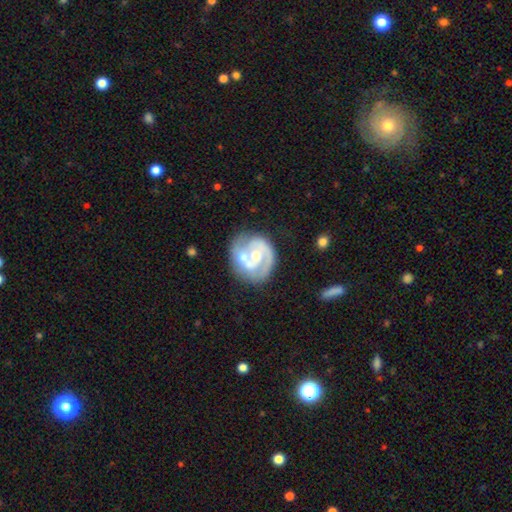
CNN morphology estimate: Smooth or featured?
  - featured or disk: 83% *
  - smooth: 12%
  - star or artifact: 5%
Edge-on disk?
  - no: 98% *
  - yes: 2%
Bar?
  - no: 60% *
  - weak: 31%
  - strong: 9%
Spiral arms?
  - yes: 89% *
  - no: 11%
Spiral winding?
  - medium: 44% *
  - tight: 42%
  - loose: 14%
Spiral arm count?
  - 2: 73% *
  - 1: 10%
  - can't tell: 9%
  - 3: 5%
  - 4: 1%
  - more than 4: 1%
Bulge size?
  - moderate: 63% *
  - small: 32%
  - large: 3%
  - none: 2%
  - dominant: 1%
Merging?
  - none: 46% *
  - merger: 31%
  - minor disturbance: 15%
  - major disturbance: 8%